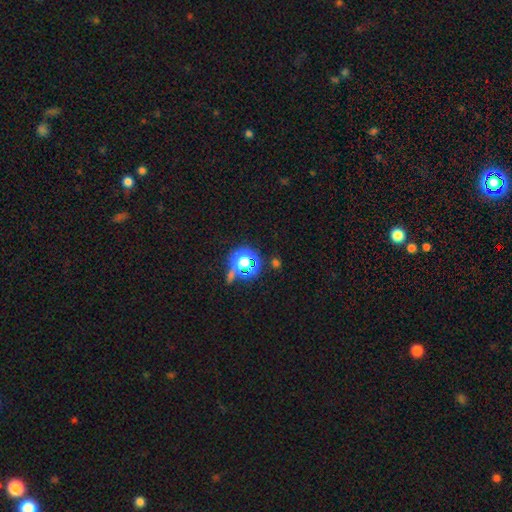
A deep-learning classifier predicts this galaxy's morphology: This is possibly a star or artifact rather than a galaxy (54%).